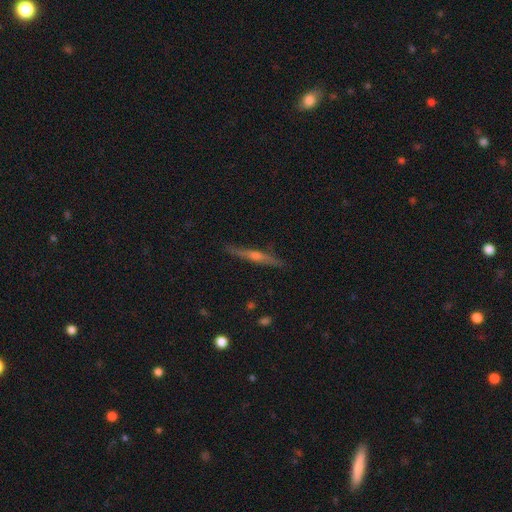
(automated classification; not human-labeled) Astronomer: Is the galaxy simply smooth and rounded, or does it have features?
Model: featured or disk — 72%.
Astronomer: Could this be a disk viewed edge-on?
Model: yes — 97%.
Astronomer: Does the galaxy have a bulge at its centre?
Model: rounded — 82%.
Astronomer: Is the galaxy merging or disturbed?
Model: none — 89%.